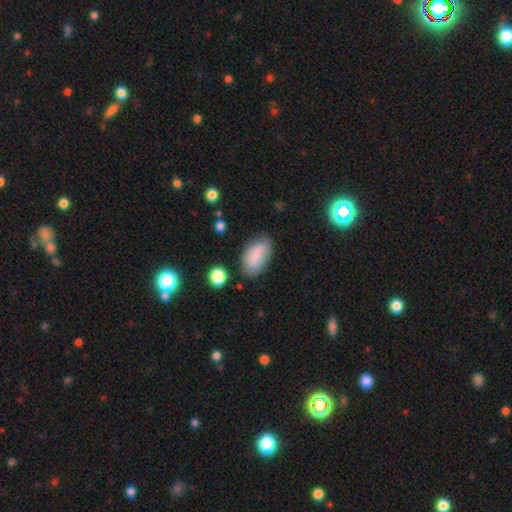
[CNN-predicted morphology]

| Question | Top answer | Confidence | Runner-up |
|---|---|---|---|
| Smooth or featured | smooth | 81% | featured or disk (11%) |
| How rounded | in between | 93% | round (4%) |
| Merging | none | 71% | minor disturbance (20%) |